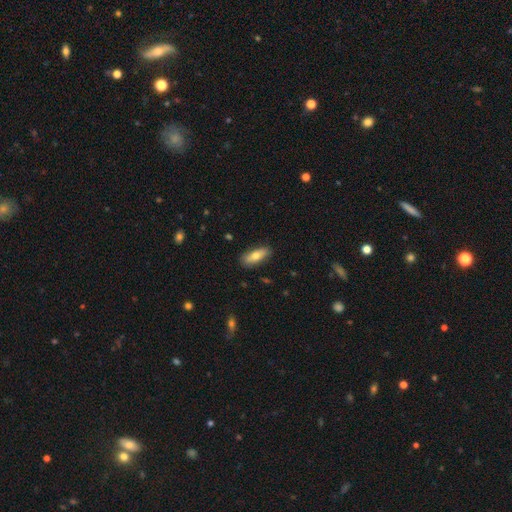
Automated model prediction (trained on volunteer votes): smooth-or-featured: smooth: 72% | featured or disk: 22% | star or artifact: 6%
  how-rounded: in between: 70% | cigar-shaped: 28% | round: 3%
  merging: none: 85% | minor disturbance: 11% | major disturbance: 2% | merger: 1%